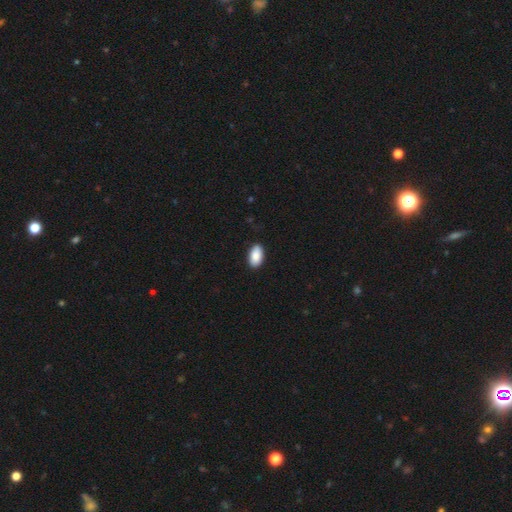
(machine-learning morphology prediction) A smooth galaxy with no disk features (90%) that is in between round and cigar-shaped (95%). Merging: none (86%).